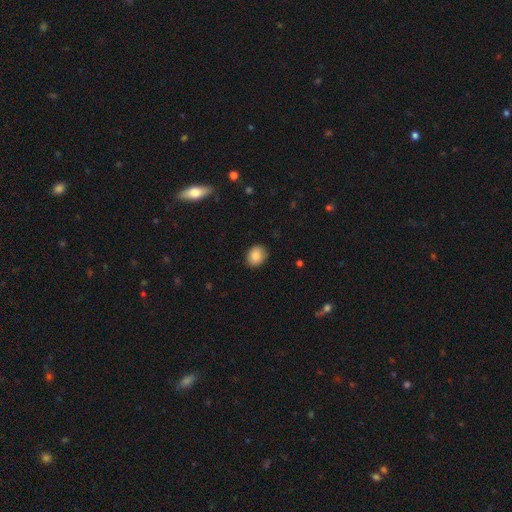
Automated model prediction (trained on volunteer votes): Smooth or featured? Predicted: smooth (p=0.87). How rounded? Predicted: round (p=0.57). Merging? Predicted: none (p=0.85).